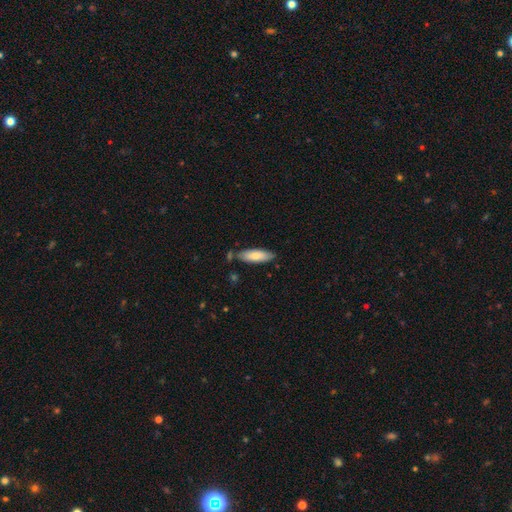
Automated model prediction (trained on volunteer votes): A smooth galaxy with no disk features (77%) that is in between round and cigar-shaped (60%).

Vote fractions:
- Smooth or featured? smooth: 77% / featured or disk: 17% / star or artifact: 6%
- How rounded? in between: 60% / cigar-shaped: 39% / round: 2%
- Merging? none: 78% / minor disturbance: 14% / merger: 5% / major disturbance: 2%